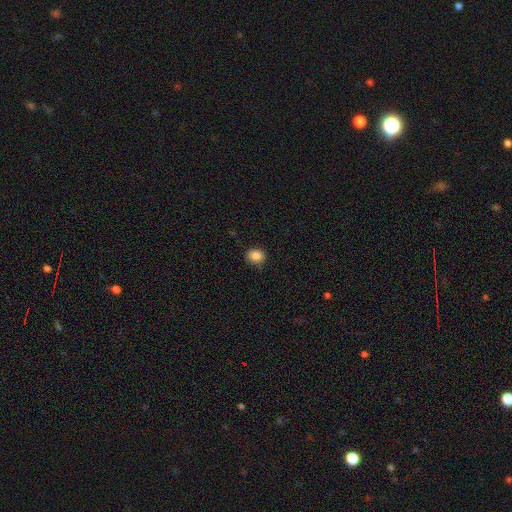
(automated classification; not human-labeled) Q: Smooth or featured?
A: smooth (86%); runner-up: star or artifact (10%)
Q: How rounded?
A: round (61%); runner-up: in between (38%)
Q: Merging?
A: none (86%); runner-up: minor disturbance (11%)